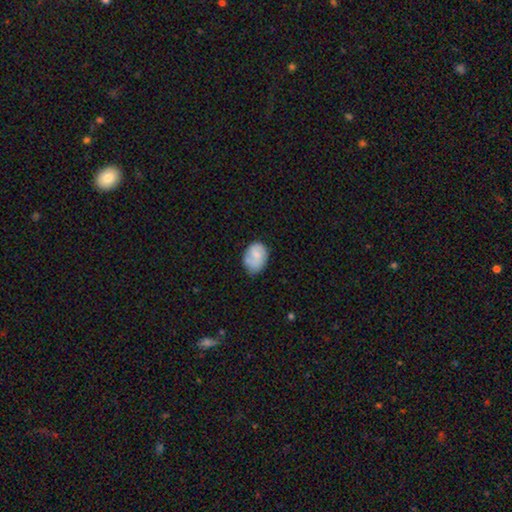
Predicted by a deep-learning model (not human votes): A smooth galaxy with no disk features (55%) that is in between round and cigar-shaped (64%). Merging: none (64%).